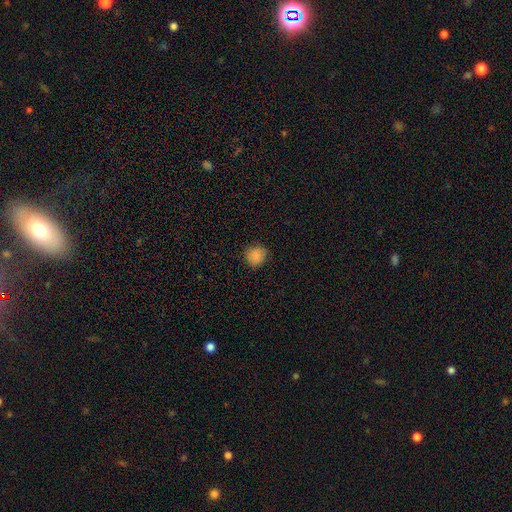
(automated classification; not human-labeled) Q: Smooth or featured?
A: smooth (85%); runner-up: star or artifact (10%)
Q: How rounded?
A: round (88%); runner-up: in between (11%)
Q: Merging?
A: none (83%); runner-up: minor disturbance (13%)